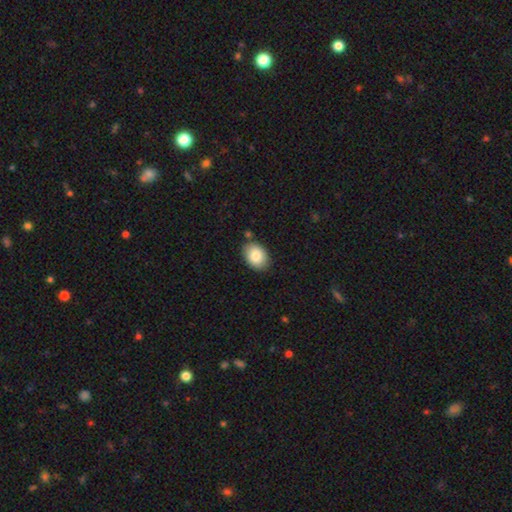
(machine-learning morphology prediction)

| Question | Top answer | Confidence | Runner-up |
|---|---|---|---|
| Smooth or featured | smooth | 85% | featured or disk (8%) |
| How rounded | in between | 79% | round (20%) |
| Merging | none | 82% | minor disturbance (12%) |